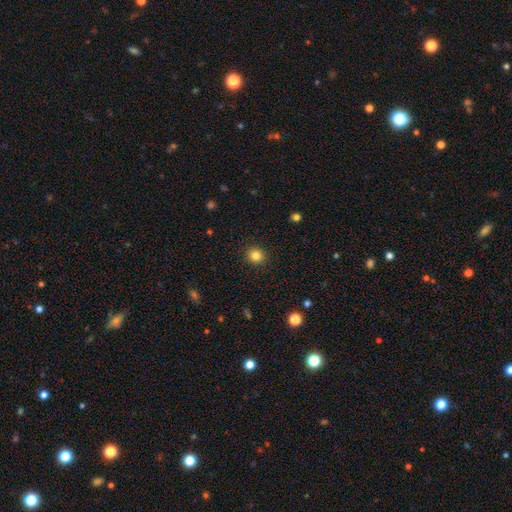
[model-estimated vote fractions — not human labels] This is clearly a smooth galaxy (83%). How rounded: clearly round (88%). Merging: clearly none (92%).